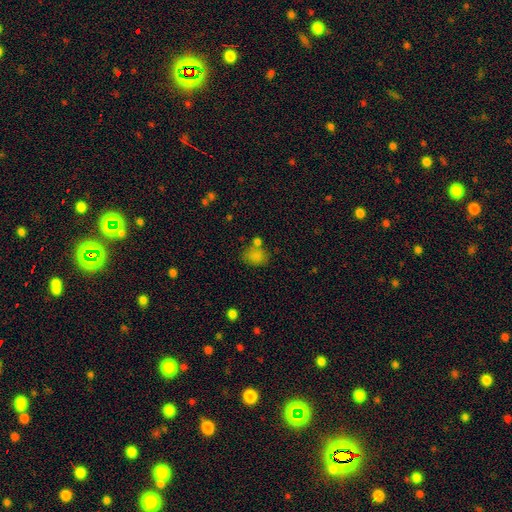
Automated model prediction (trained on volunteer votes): Smooth or featured? smooth (80%)
How rounded? round (50%)
Merging? none (58%)